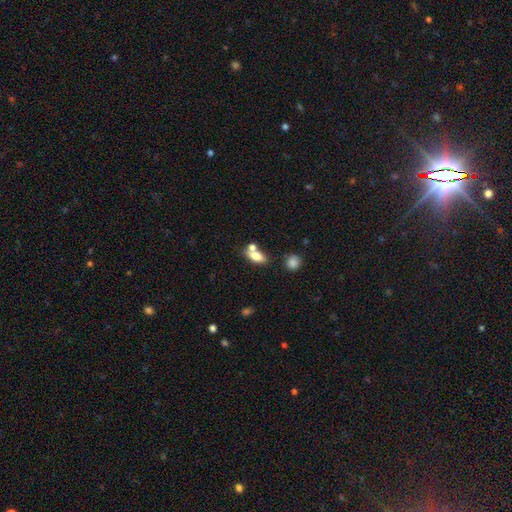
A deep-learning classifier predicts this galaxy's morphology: smooth_or_featured: smooth (p=0.74) [alt: featured or disk p=0.16]
how_rounded: in between (p=0.81) [alt: round p=0.10]
merging: none (p=0.46) [alt: merger p=0.37]